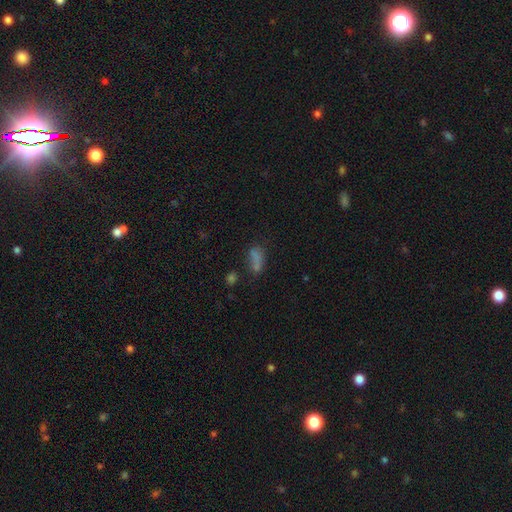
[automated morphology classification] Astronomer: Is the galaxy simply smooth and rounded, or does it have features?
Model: smooth — 67%.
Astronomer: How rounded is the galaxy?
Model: in between — 65%.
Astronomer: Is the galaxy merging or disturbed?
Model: none — 50%.